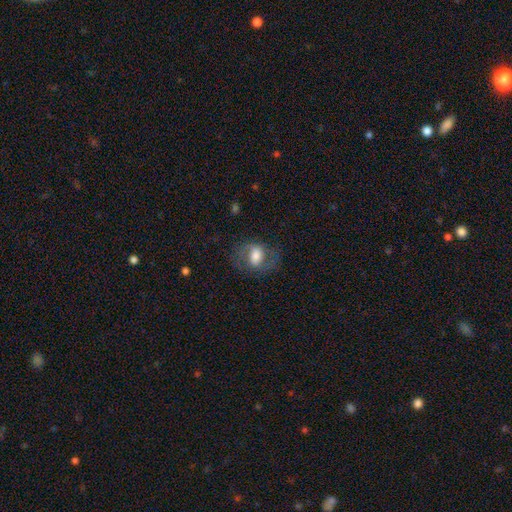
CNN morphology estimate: smooth 46% (tied), featured or disk 46% (tied), star or artifact 8%. Down the decision tree: merging — none (66%).